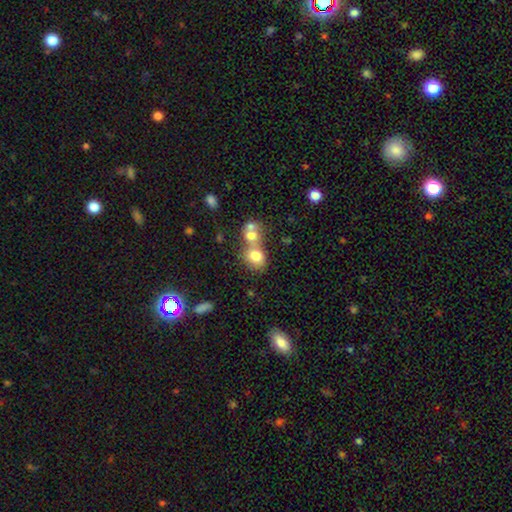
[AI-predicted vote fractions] Smooth or featured?
  - smooth: 75% *
  - featured or disk: 14%
  - star or artifact: 10%
How rounded?
  - round: 57% *
  - in between: 41%
  - cigar-shaped: 1%
Merging?
  - merger: 58% *
  - none: 30%
  - minor disturbance: 8%
  - major disturbance: 5%